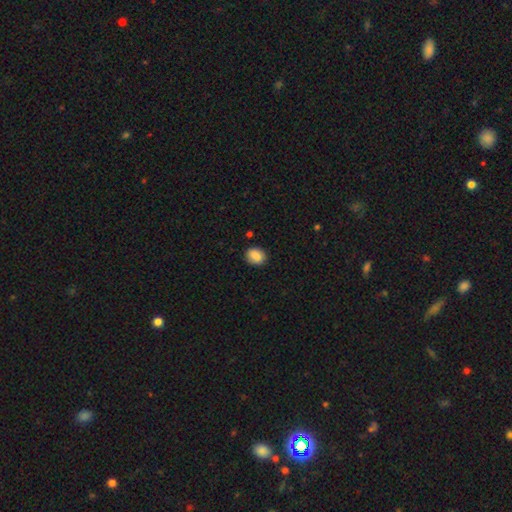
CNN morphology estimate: Overall: smooth (87%). How rounded: in between (51%; round 48%). Merging: none (86%).